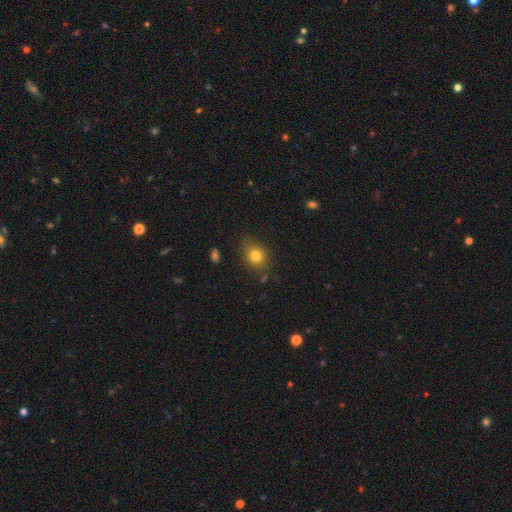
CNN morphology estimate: The model was most divided on "how rounded": round: 61%, in between: 38%, cigar-shaped: 1%. More confident: smooth or featured — smooth (79%); merging — none (76%).